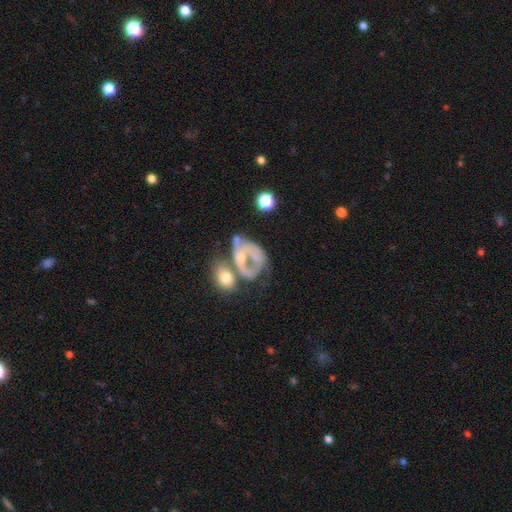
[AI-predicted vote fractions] Smooth or featured: featured or disk — 57% (smooth — 32%)
Edge-on disk: no — 97% (yes — 3%)
Bar: no — 81% (weak — 14%)
Spiral arms: no — 71% (yes — 29%)
Bulge size: none — 36% (small — 32%)
Merging: merger — 35% (tied with major disturbance — 35%)